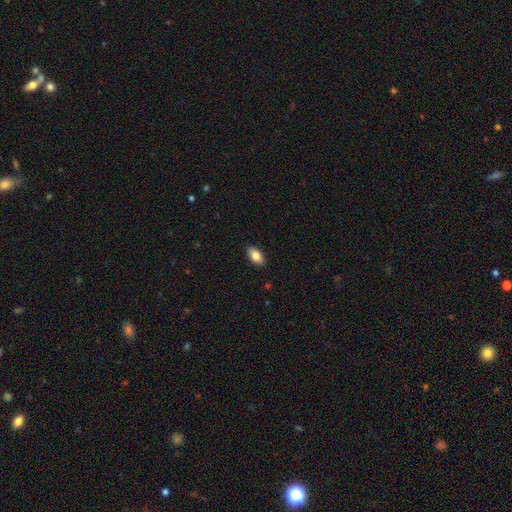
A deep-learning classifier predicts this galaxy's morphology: A smooth galaxy with no disk features (85%) that is in between round and cigar-shaped (93%). Merging: none (89%).